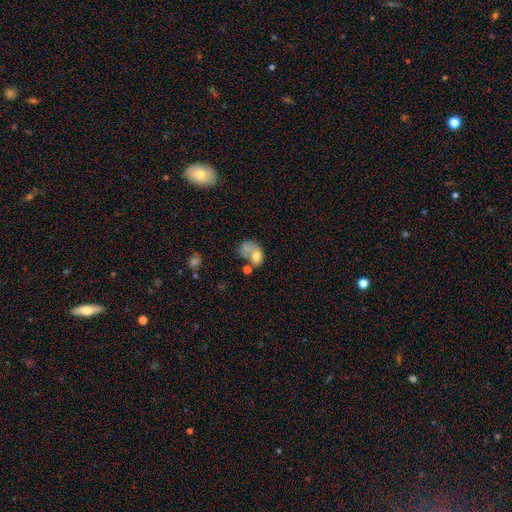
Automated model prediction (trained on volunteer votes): Smooth or featured: smooth — 60% (featured or disk — 29%)
How rounded: in between — 70% (round — 29%)
Merging: merger — 41% (major disturbance — 28%)